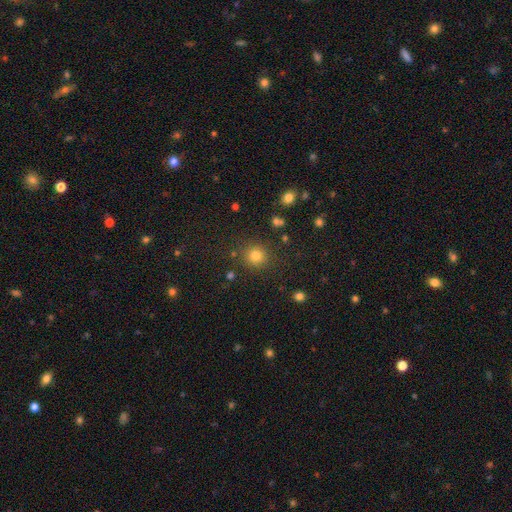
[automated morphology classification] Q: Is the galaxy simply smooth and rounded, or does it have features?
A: smooth — 79%.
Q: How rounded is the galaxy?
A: round — 90%.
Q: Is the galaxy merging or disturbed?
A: none — 85%.